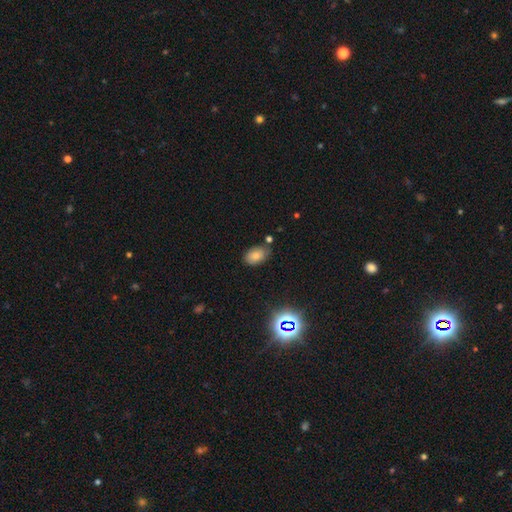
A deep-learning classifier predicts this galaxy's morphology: smooth-or-featured: smooth: 76% | star or artifact: 13% | featured or disk: 11%
  how-rounded: in between: 89% | round: 10% | cigar-shaped: 1%
  merging: none: 74% | minor disturbance: 17% | merger: 5% | major disturbance: 3%